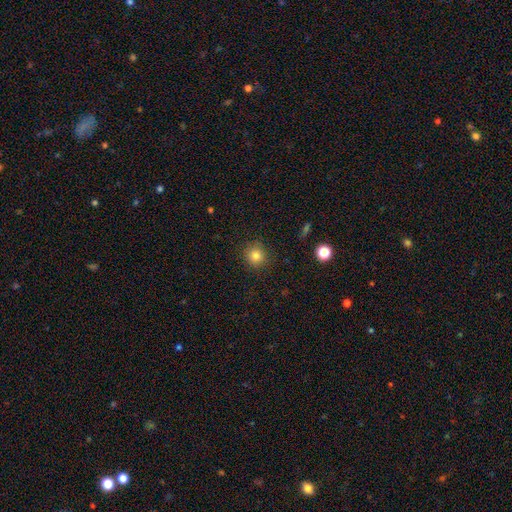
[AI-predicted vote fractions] Overall: smooth (81%). How rounded: round (92%). Merging: none (89%).